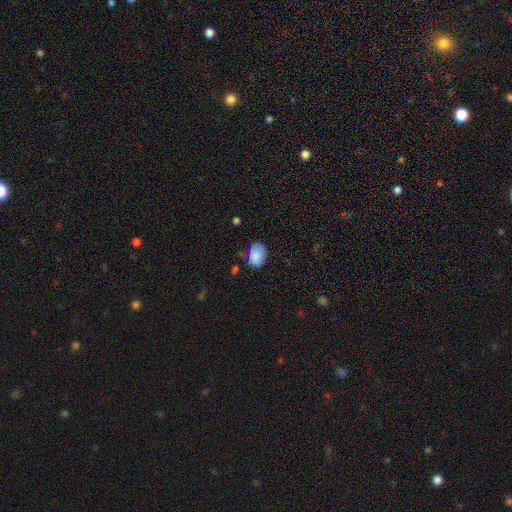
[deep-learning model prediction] Morphology: type=smooth (86%); roundness=in between (81%); merging=none (63%).